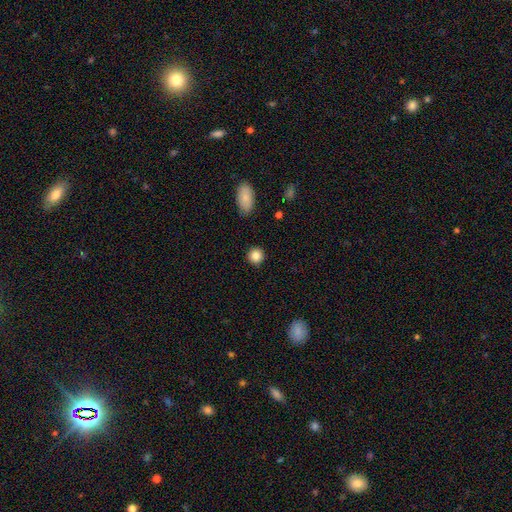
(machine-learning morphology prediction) Q: Smooth or featured?
A: smooth (85%); runner-up: star or artifact (10%)
Q: How rounded?
A: round (92%); runner-up: in between (7%)
Q: Merging?
A: none (90%); runner-up: minor disturbance (7%)